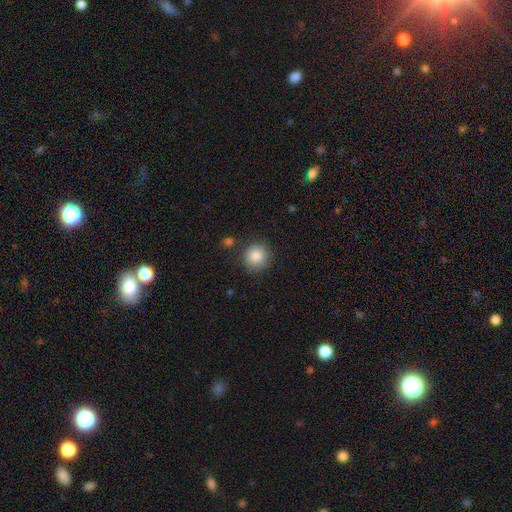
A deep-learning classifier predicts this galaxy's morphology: smooth_or_featured: smooth (p=0.86) [alt: star or artifact p=0.09]
how_rounded: round (p=0.91) [alt: in between p=0.08]
merging: none (p=0.82) [alt: minor disturbance p=0.11]